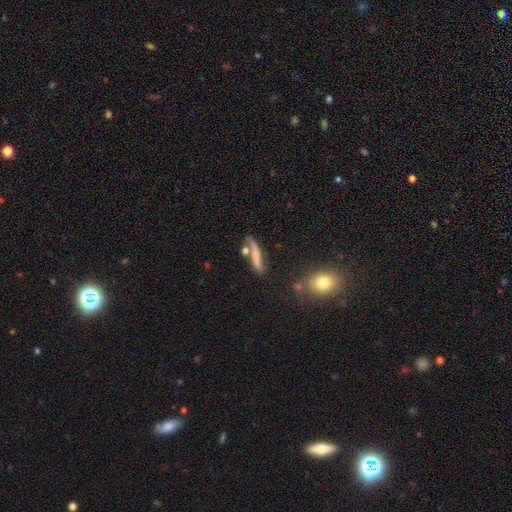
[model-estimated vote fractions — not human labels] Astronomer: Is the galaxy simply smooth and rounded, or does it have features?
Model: smooth — 52% (runner-up: featured or disk, 39%).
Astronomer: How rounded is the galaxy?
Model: cigar-shaped — 82%.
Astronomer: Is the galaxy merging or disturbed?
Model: none — 60%.